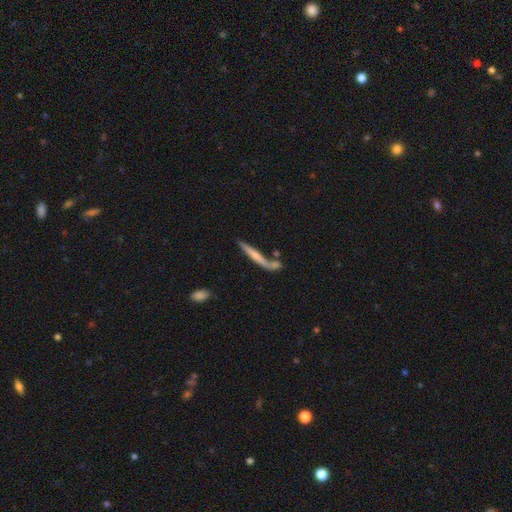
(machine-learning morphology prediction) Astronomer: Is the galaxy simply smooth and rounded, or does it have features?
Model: smooth — 49% (runner-up: featured or disk, 45%).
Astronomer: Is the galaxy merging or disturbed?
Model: none — 54%.